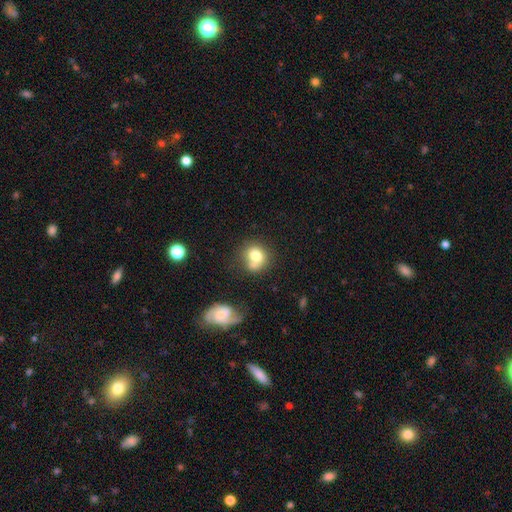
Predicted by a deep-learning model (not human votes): A smooth galaxy with no disk features (75%) that is round (69%).

Vote fractions:
- Smooth or featured? smooth: 75% / featured or disk: 16% / star or artifact: 10%
- How rounded? round: 69% / in between: 30% / cigar-shaped: 1%
- Merging? none: 42% / merger: 30% / minor disturbance: 18% / major disturbance: 10%